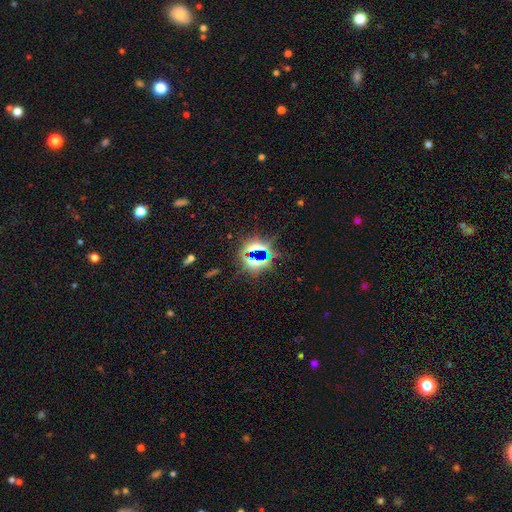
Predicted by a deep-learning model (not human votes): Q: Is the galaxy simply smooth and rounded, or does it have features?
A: star or artifact — 72%.